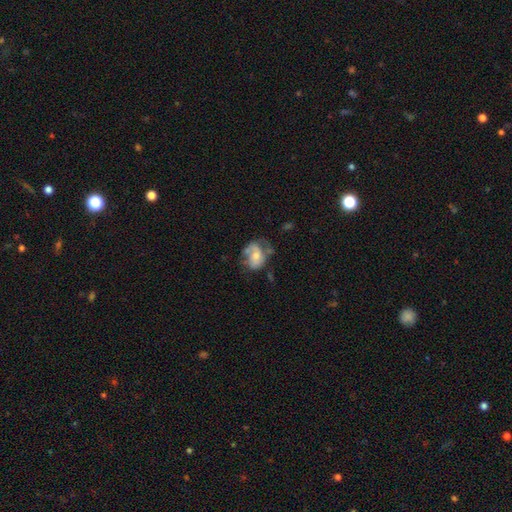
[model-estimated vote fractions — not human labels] Smooth or featured?
  - featured or disk: 49% *
  - smooth: 43%
  - star or artifact: 8%
Merging?
  - none: 37% *
  - minor disturbance: 30%
  - major disturbance: 25%
  - merger: 8%